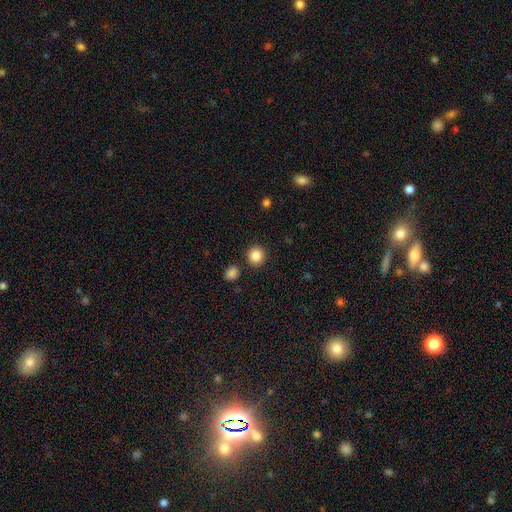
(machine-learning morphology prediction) A smooth galaxy with no disk features (86%) that is round (90%).

Vote fractions:
- Smooth or featured? smooth: 86% / star or artifact: 10% / featured or disk: 4%
- How rounded? round: 90% / in between: 9% / cigar-shaped: 1%
- Merging? none: 88% / minor disturbance: 6% / merger: 4% / major disturbance: 2%